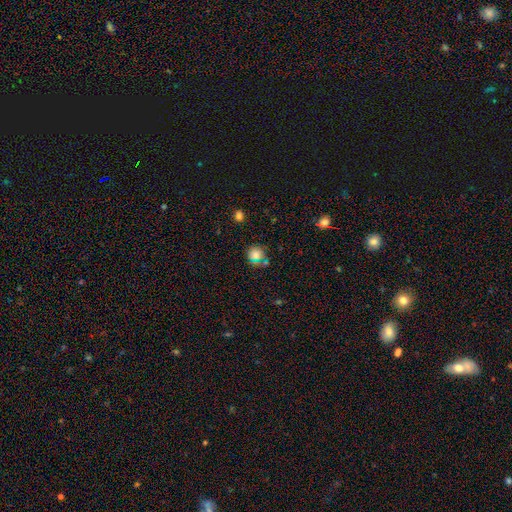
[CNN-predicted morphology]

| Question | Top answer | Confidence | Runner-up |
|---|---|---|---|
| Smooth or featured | smooth | 73% | star or artifact (19%) |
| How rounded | round | 89% | in between (9%) |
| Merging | none | 74% | minor disturbance (13%) |